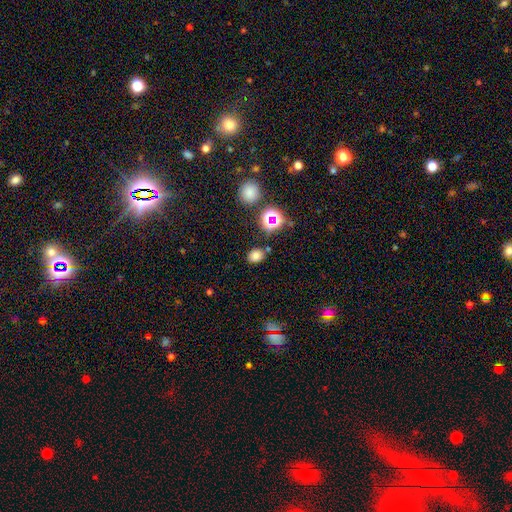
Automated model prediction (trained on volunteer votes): smooth_or_featured: smooth (p=0.74) [alt: star or artifact p=0.20]
how_rounded: round (p=0.56) [alt: in between p=0.43]
merging: none (p=0.80) [alt: minor disturbance p=0.11]